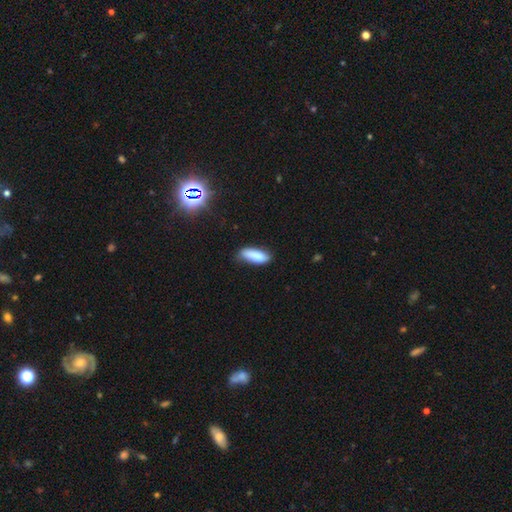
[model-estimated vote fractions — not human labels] Q: Smooth or featured?
A: smooth (86%); runner-up: star or artifact (7%)
Q: How rounded?
A: in between (64%); runner-up: cigar-shaped (34%)
Q: Merging?
A: none (66%); runner-up: minor disturbance (27%)